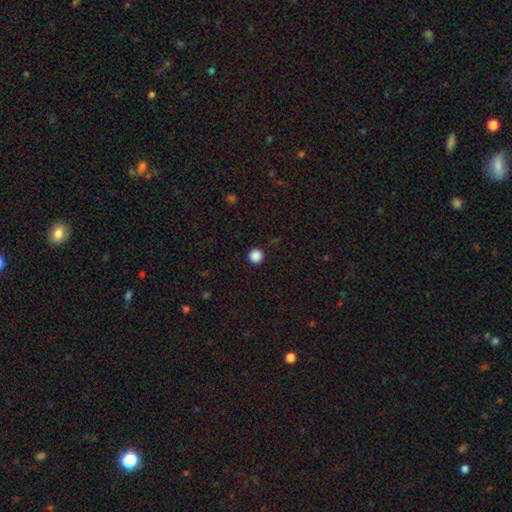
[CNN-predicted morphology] This is clearly a smooth galaxy (87%). How rounded: clearly round (96%). Merging: clearly none (93%).